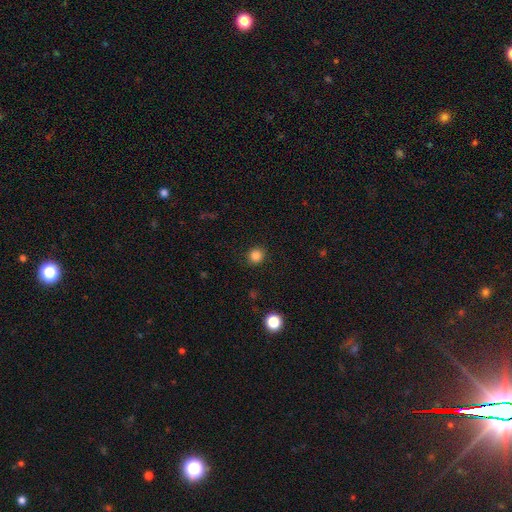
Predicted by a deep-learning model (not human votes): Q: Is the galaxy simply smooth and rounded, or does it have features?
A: smooth — 85%.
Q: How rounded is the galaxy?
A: round — 91%.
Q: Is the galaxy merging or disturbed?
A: none — 90%.